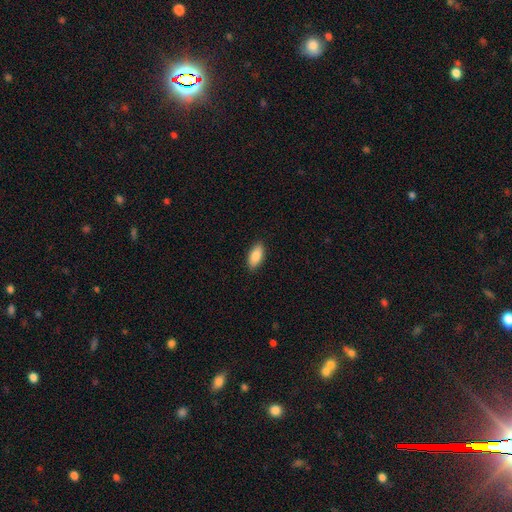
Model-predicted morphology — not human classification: smooth 86%, featured or disk 8%, star or artifact 6%. Down the decision tree: how rounded — in between (89%); merging — none (89%).